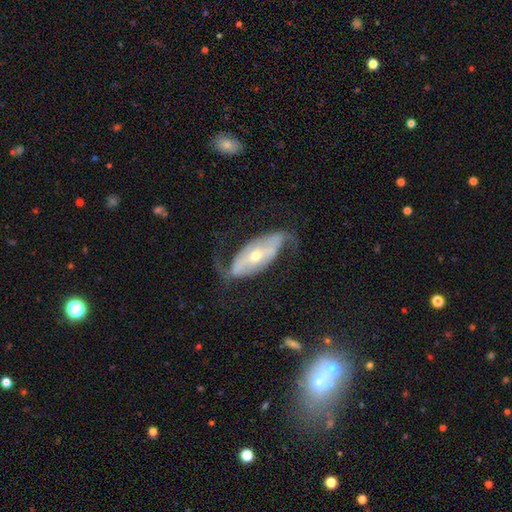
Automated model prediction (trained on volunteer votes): Smooth or featured? featured or disk (79%)
Edge-on disk? no (87%)
Bar? no (37%)
Spiral arms? yes (82%)
Spiral winding? loose (48%)
Spiral arm count? 2 (83%)
Bulge size? small (50%)
Merging? none (56%)